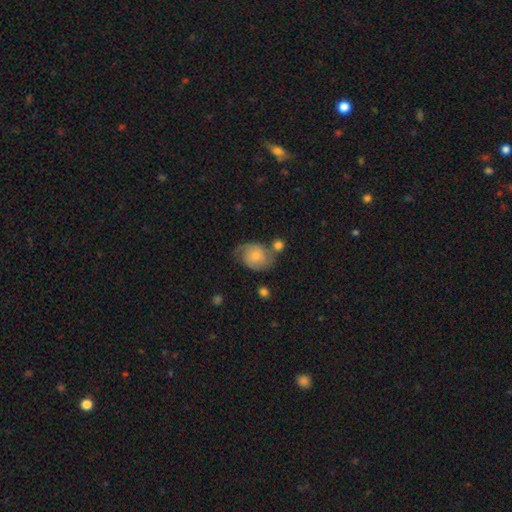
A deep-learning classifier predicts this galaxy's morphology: This is possibly a featured or disk galaxy (57%). It is clearly not viewed edge-on (97%). Bar: likely no (74%). Spiral arm pattern: clearly yes (89%). Central bulge: possibly small (57%). Merging: possibly none (49%).